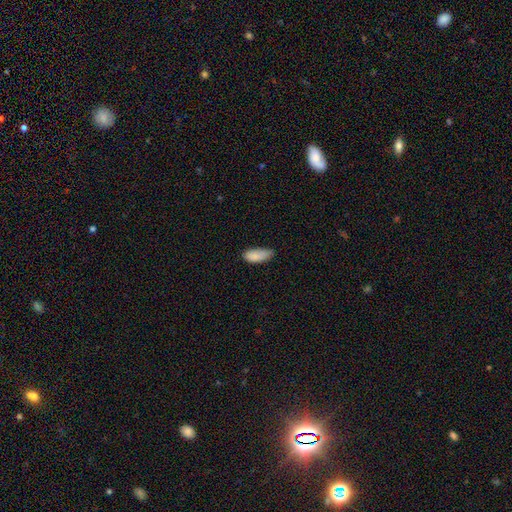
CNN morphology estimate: A smooth galaxy with no disk features (87%) that is in between round and cigar-shaped (86%).

Vote fractions:
- Smooth or featured? smooth: 87% / star or artifact: 7% / featured or disk: 6%
- How rounded? in between: 86% / cigar-shaped: 12% / round: 2%
- Merging? none: 50% / minor disturbance: 40% / major disturbance: 8% / merger: 2%